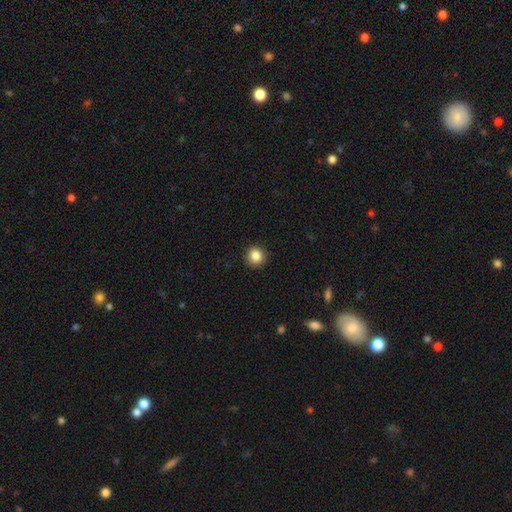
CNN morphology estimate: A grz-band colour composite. It shows a smooth galaxy with no disk features (86%) that is round (91%). Merging: none (92%).